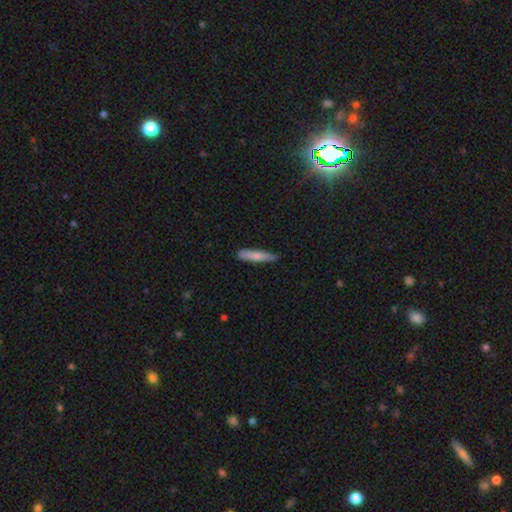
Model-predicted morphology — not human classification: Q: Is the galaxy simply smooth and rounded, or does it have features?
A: smooth — 75%.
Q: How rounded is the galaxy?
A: cigar-shaped — 91%.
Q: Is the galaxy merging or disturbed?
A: none — 82%.